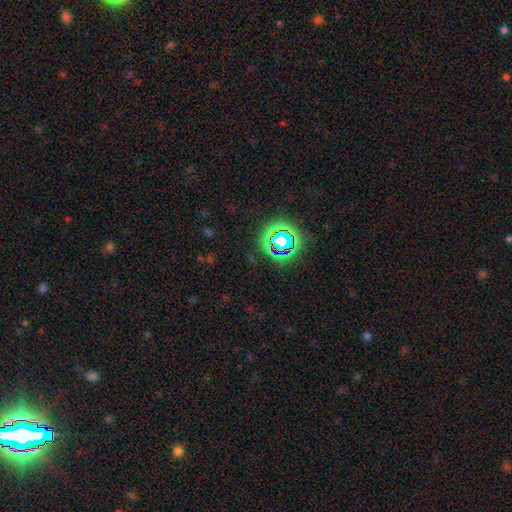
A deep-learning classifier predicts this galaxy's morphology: A star or artifact, not a galaxy (73%).

Vote fractions:
- Smooth or featured? star or artifact: 73% / smooth: 17% / featured or disk: 10%